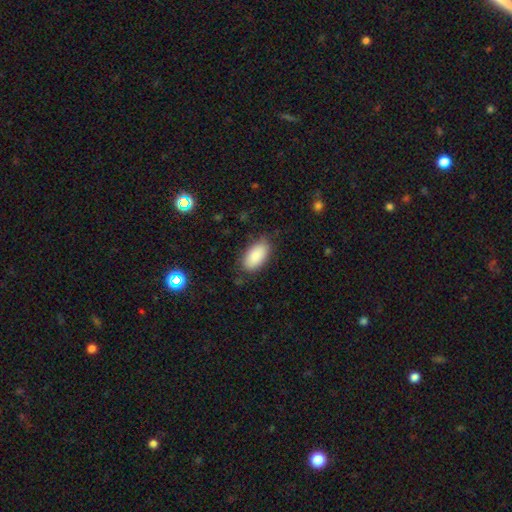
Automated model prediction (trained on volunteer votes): smooth-or-featured: smooth: 88% | star or artifact: 7% | featured or disk: 5%
  how-rounded: in between: 94% | cigar-shaped: 3% | round: 3%
  merging: none: 78% | minor disturbance: 16% | major disturbance: 4% | merger: 1%